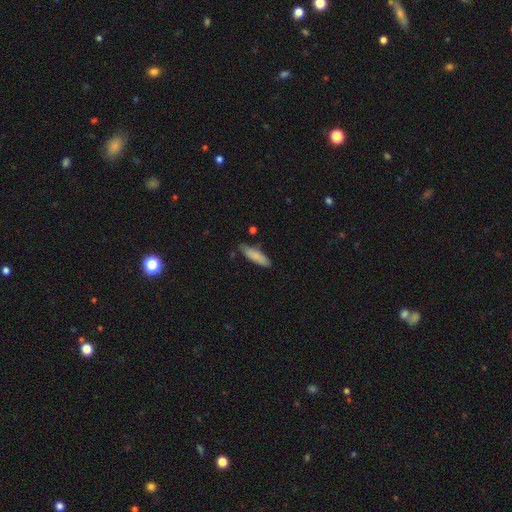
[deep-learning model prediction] This is clearly a smooth galaxy (83%). How rounded: likely cigar-shaped (63%). Merging: likely none (73%).